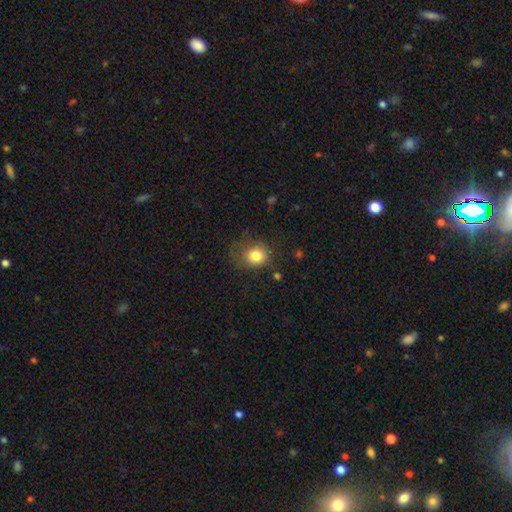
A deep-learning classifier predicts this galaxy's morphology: Smooth or featured? Predicted: smooth (p=0.81). How rounded? Predicted: round (p=0.69). Merging? Predicted: none (p=0.62).